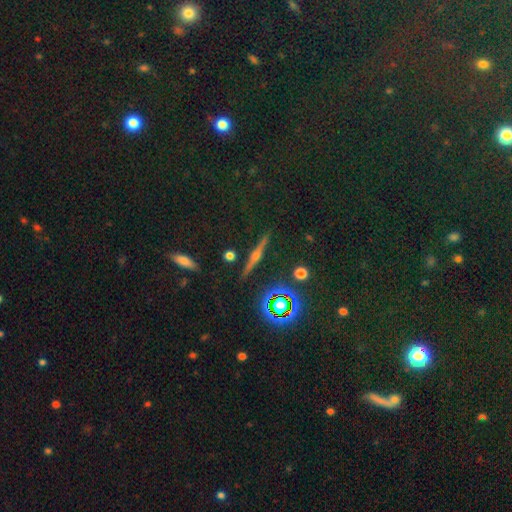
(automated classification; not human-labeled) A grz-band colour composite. It shows a featured or disk galaxy (68%) viewed edge-on (96%) with a rounded central bulge (92%). Merging: none (90%).